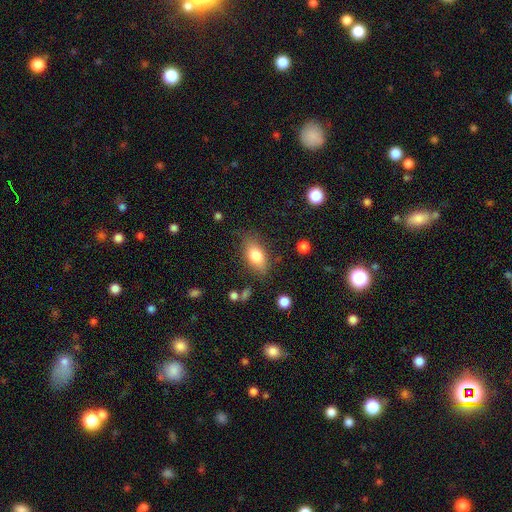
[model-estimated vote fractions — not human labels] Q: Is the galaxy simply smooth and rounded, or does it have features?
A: smooth — 78%.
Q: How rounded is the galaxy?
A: in between — 86%.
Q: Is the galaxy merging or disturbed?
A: none — 77%.